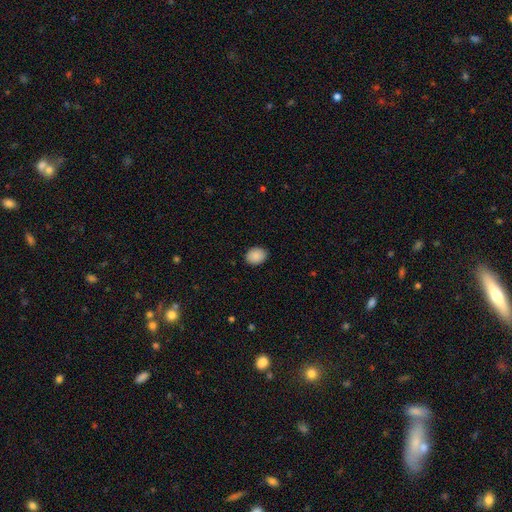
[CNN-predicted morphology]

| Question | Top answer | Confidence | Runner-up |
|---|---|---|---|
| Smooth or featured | smooth | 89% | star or artifact (8%) |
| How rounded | in between | 52% | round (47%) |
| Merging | none | 89% | minor disturbance (8%) |